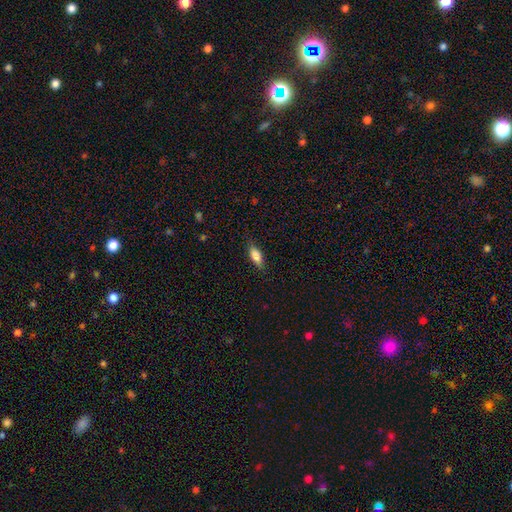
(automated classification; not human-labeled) smooth-or-featured: smooth: 81% | featured or disk: 12% | star or artifact: 7%
  how-rounded: in between: 69% | cigar-shaped: 28% | round: 3%
  merging: none: 81% | minor disturbance: 15% | major disturbance: 3% | merger: 1%